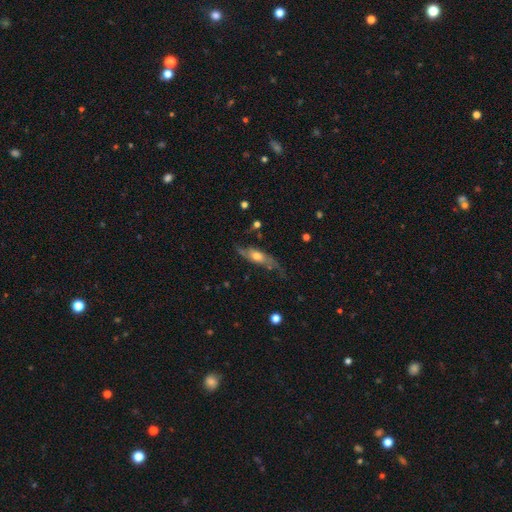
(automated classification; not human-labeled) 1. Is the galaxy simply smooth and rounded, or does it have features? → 68% featured or disk, 23% smooth, 8% star or artifact.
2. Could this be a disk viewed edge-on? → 56% no, 44% yes.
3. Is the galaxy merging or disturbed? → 62% none, 24% minor disturbance, 12% major disturbance, 2% merger.